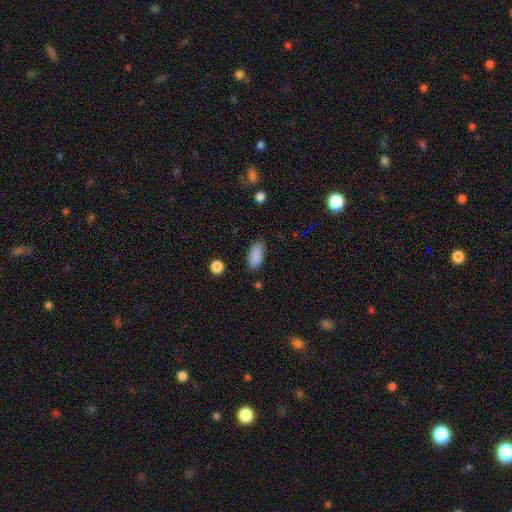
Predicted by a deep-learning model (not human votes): A smooth galaxy with no disk features (88%) that is in between round and cigar-shaped (91%). Merging: none (80%).